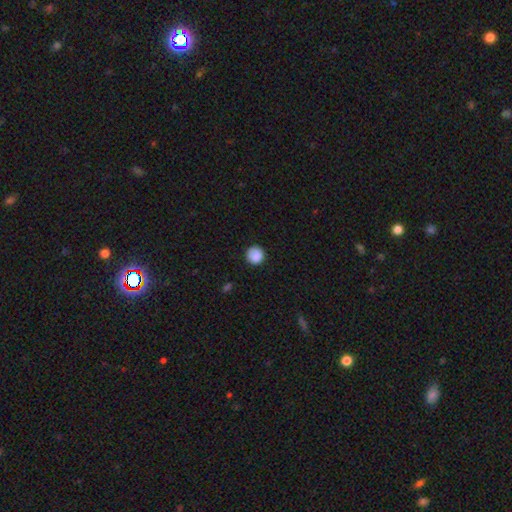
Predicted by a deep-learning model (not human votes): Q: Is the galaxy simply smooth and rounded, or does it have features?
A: smooth — 87%.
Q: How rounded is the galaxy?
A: round — 93%.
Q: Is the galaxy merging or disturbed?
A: none — 84%.